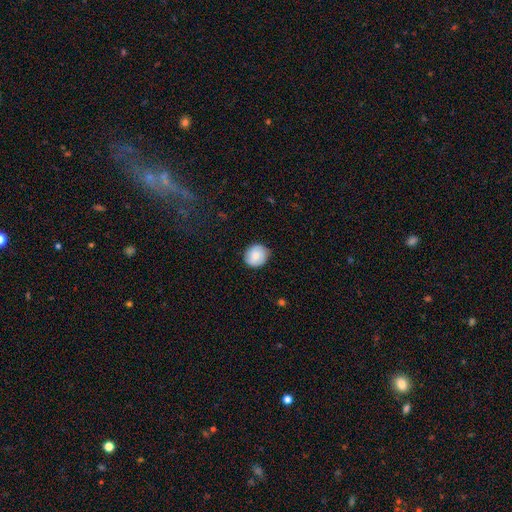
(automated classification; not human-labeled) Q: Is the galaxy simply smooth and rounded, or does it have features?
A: smooth — 75%.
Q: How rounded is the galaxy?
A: round — 84%.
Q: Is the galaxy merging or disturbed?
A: none — 84%.